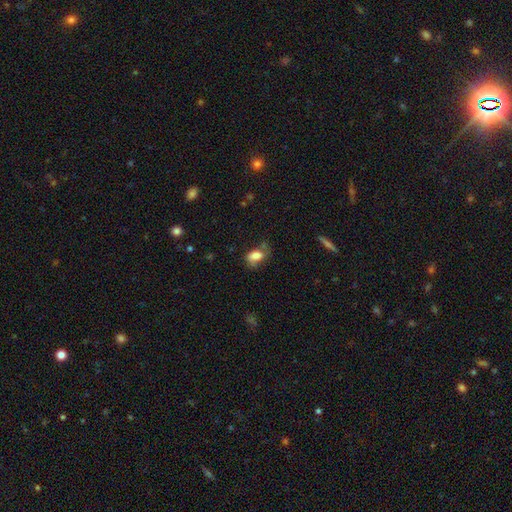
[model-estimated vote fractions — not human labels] Morphology: type=smooth (77%); roundness=in between (86%); merging=none (46%).